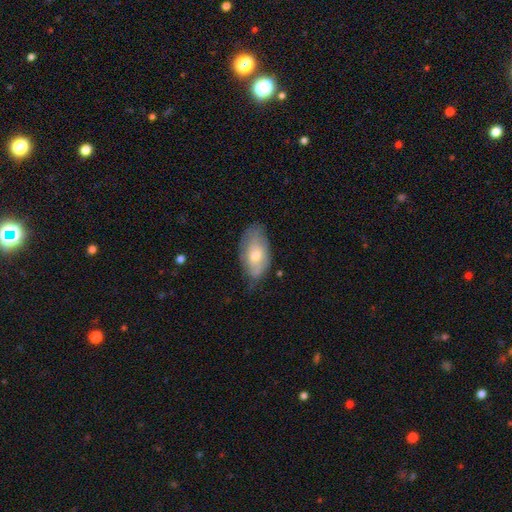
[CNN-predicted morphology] A smooth galaxy with no disk features (57%) that is in between round and cigar-shaped (93%).

Vote fractions:
- Smooth or featured? smooth: 57% / featured or disk: 36% / star or artifact: 7%
- How rounded? in between: 93% / round: 4% / cigar-shaped: 3%
- Merging? none: 56% / minor disturbance: 33% / major disturbance: 9% / merger: 2%